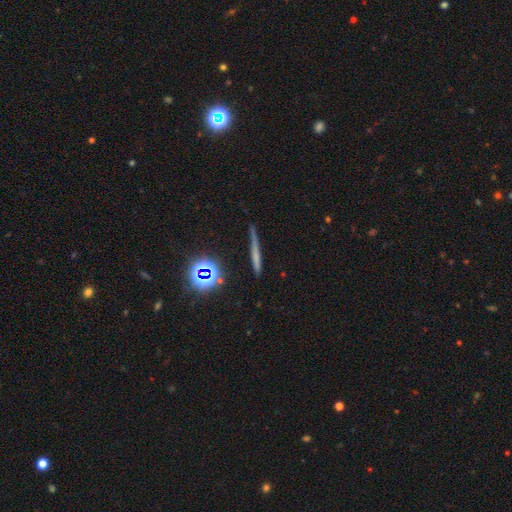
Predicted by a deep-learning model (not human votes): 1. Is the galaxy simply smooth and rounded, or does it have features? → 50% smooth, 29% featured or disk, 21% star or artifact.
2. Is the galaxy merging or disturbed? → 78% none, 15% minor disturbance, 4% major disturbance, 3% merger.